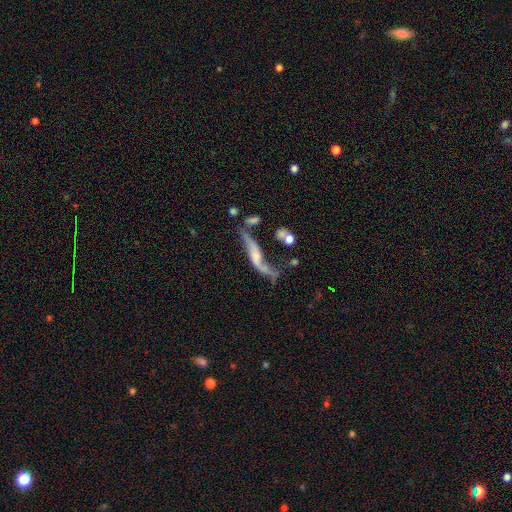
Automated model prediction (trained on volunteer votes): The model was most divided on "merging": none: 31%, major disturbance: 27%, merger: 23%, minor disturbance: 19%. More confident: smooth or featured — featured or disk (68%); edge-on disk — no (60%).